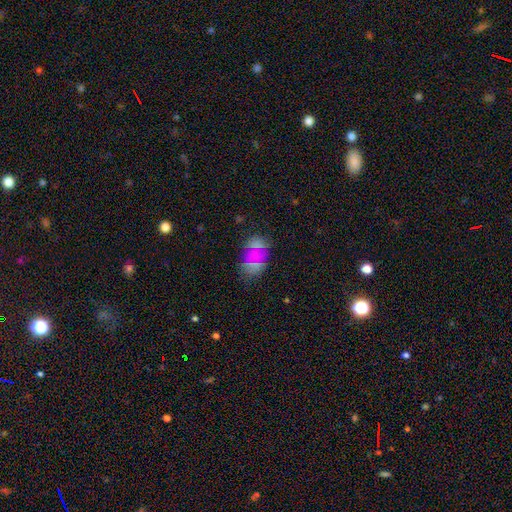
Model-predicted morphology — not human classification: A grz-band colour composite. It shows a smooth galaxy with no disk features (54%) that is in between round and cigar-shaped (78%). Merging: none (69%).